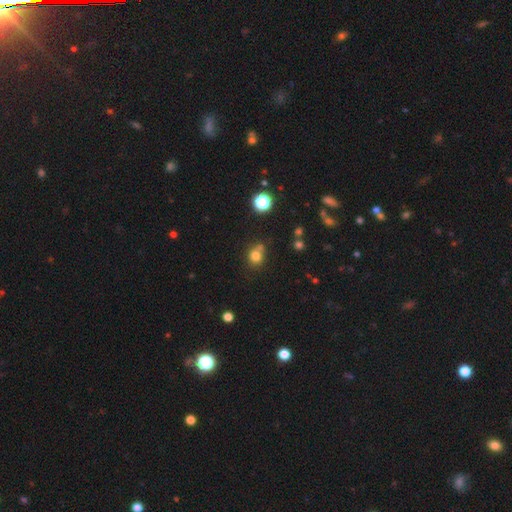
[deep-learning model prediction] Smooth or featured: smooth — 77% (star or artifact — 16%)
How rounded: round — 79% (in between — 20%)
Merging: none — 58% (merger — 23%)